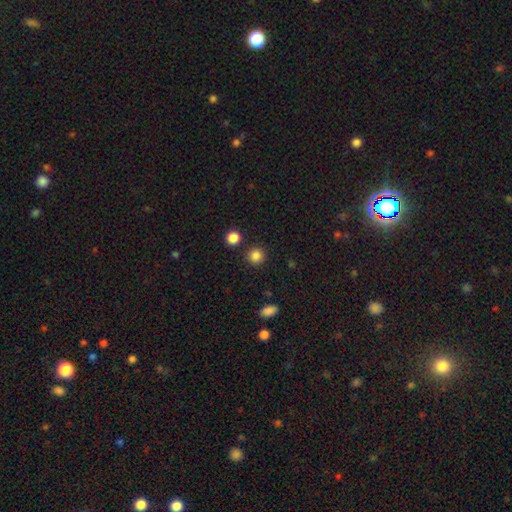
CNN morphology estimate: Smooth or featured: smooth — 85% (star or artifact — 12%)
How rounded: round — 93% (in between — 6%)
Merging: none — 89% (minor disturbance — 5%)